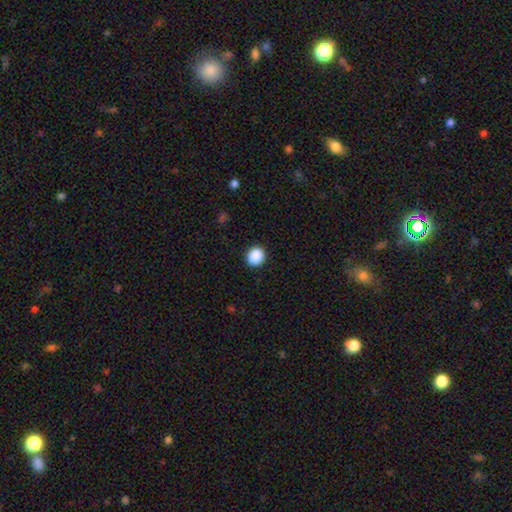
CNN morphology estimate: smooth_or_featured: smooth (p=0.89) [alt: star or artifact p=0.09]
how_rounded: round (p=0.85) [alt: in between p=0.15]
merging: none (p=0.91) [alt: minor disturbance p=0.06]